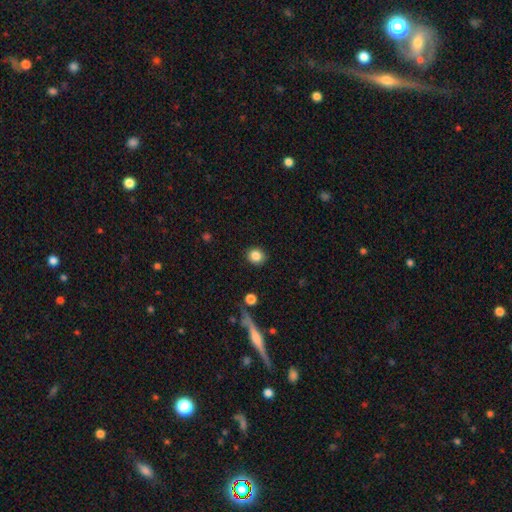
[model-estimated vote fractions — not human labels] Morphology: type=smooth (85%); roundness=round (83%); merging=none (89%).